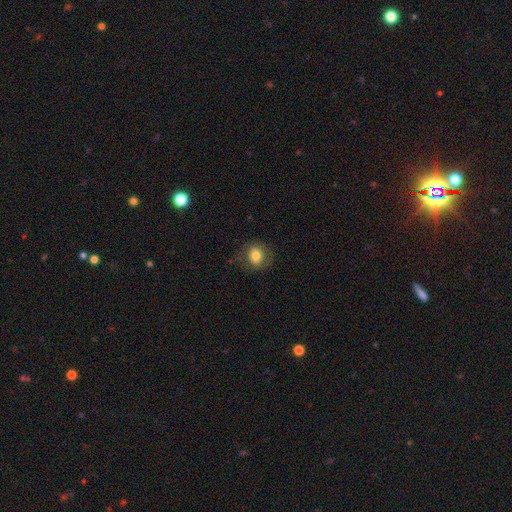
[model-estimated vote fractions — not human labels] Smooth or featured?
  - smooth: 75% *
  - featured or disk: 16%
  - star or artifact: 9%
How rounded?
  - round: 73% *
  - in between: 26%
  - cigar-shaped: 1%
Merging?
  - none: 74% *
  - minor disturbance: 17%
  - major disturbance: 8%
  - merger: 1%